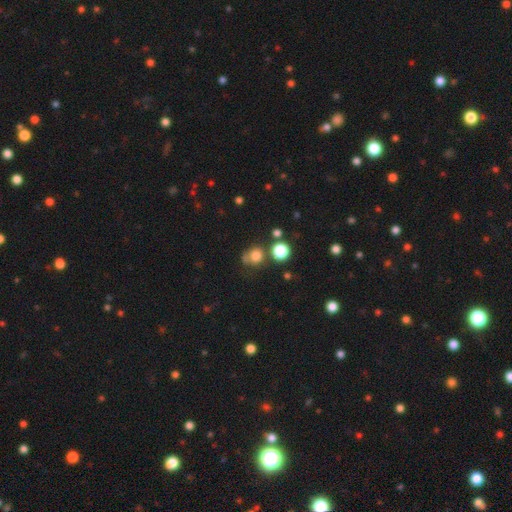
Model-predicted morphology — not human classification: Smooth or featured? smooth (77%)
How rounded? round (81%)
Merging? none (56%)